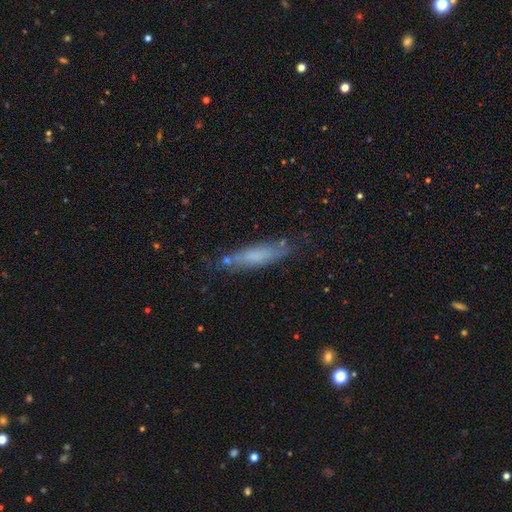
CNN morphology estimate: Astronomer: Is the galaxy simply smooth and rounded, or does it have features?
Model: smooth — 56% (runner-up: featured or disk, 34%).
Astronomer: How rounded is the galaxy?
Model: cigar-shaped — 74%.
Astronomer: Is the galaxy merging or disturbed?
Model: none — 69%.